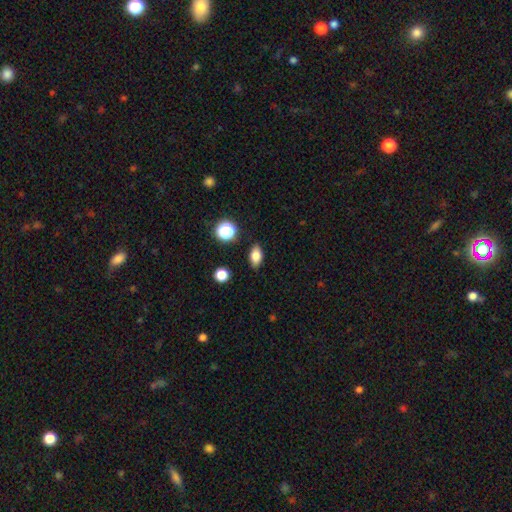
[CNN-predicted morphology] Smooth or featured? smooth (80%)
How rounded? in between (83%)
Merging? none (86%)